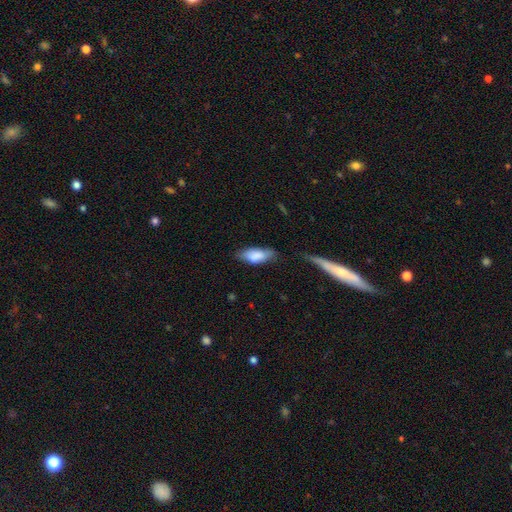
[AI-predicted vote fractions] Smooth or featured: smooth — 78% (featured or disk — 15%)
How rounded: in between — 81% (cigar-shaped — 17%)
Merging: none — 60% (minor disturbance — 29%)